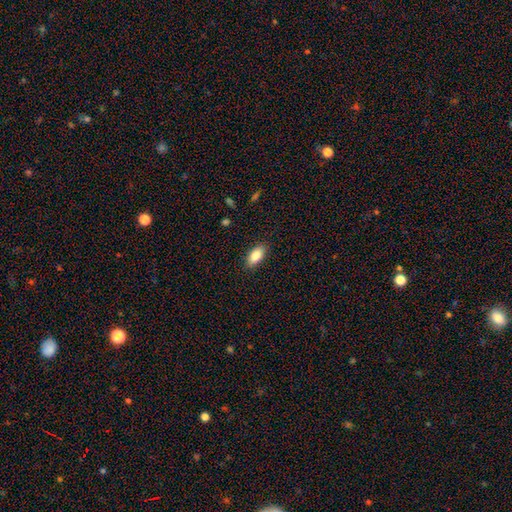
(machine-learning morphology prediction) Smooth or featured?
  - smooth: 85% *
  - featured or disk: 8%
  - star or artifact: 7%
How rounded?
  - in between: 91% *
  - cigar-shaped: 6%
  - round: 3%
Merging?
  - none: 88% *
  - minor disturbance: 9%
  - major disturbance: 2%
  - merger: 1%